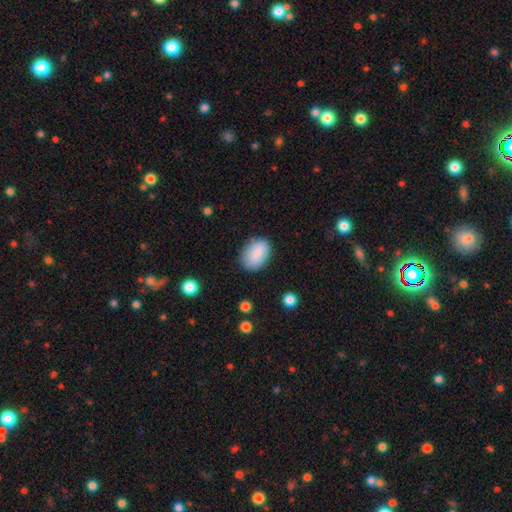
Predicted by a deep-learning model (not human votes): Smooth or featured? Predicted: smooth (p=0.85). How rounded? Predicted: in between (p=0.86). Merging? Predicted: none (p=0.80).